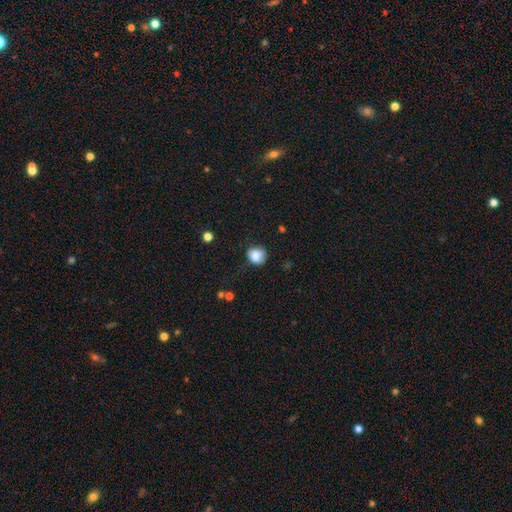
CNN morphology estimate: Smooth or featured? Predicted: smooth (p=0.84). How rounded? Predicted: round (p=0.74). Merging? Predicted: none (p=0.61).